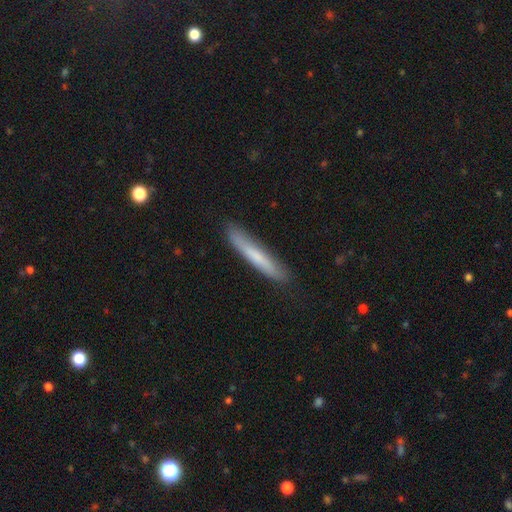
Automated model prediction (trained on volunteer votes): Smooth or featured? smooth (65%)
How rounded? cigar-shaped (94%)
Merging? none (85%)